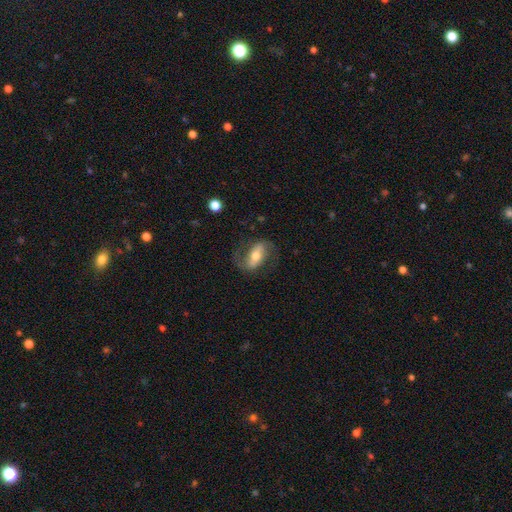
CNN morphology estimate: Smooth or featured? Predicted: featured or disk (p=0.64). Edge-on disk? Predicted: no (p=0.93). Bar? Predicted: strong (p=0.43). Spiral arms? Predicted: yes (p=0.86). Spiral winding? Predicted: medium (p=0.43). Spiral arm count? Predicted: 2 (p=0.86). Bulge size? Predicted: moderate (p=0.65). Merging? Predicted: none (p=0.68).